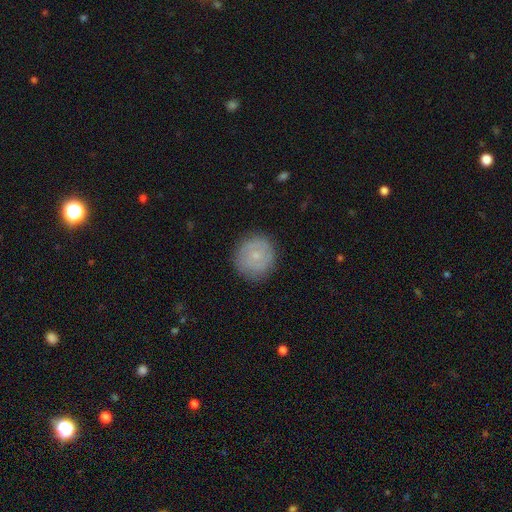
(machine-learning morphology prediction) Smooth or featured?
  - smooth: 58% *
  - featured or disk: 34%
  - star or artifact: 7%
How rounded?
  - round: 91% *
  - in between: 8%
  - cigar-shaped: 1%
Merging?
  - none: 86% *
  - minor disturbance: 11%
  - major disturbance: 3%
  - merger: 1%